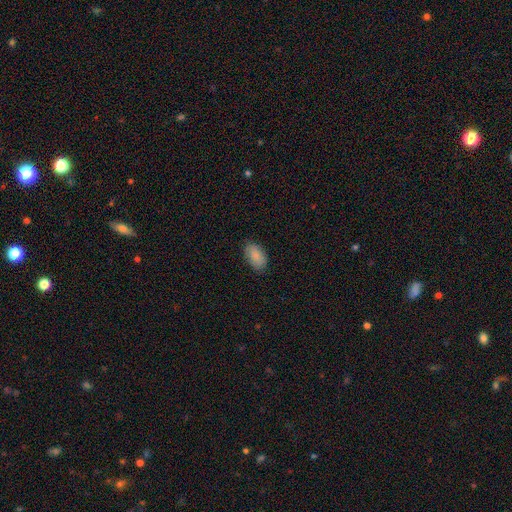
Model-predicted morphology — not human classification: smooth 87%, star or artifact 7%, featured or disk 6%. Down the decision tree: how rounded — in between (94%); merging — none (83%).